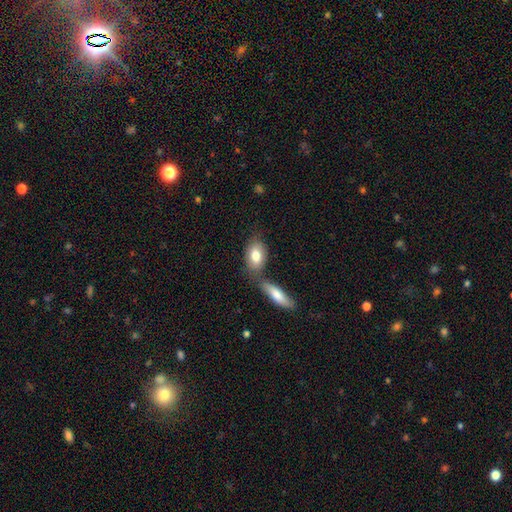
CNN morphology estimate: A smooth galaxy with no disk features (79%) that is in between round and cigar-shaped (86%).

Vote fractions:
- Smooth or featured? smooth: 79% / featured or disk: 15% / star or artifact: 6%
- How rounded? in between: 86% / round: 9% / cigar-shaped: 5%
- Merging? none: 55% / merger: 29% / minor disturbance: 13% / major disturbance: 4%